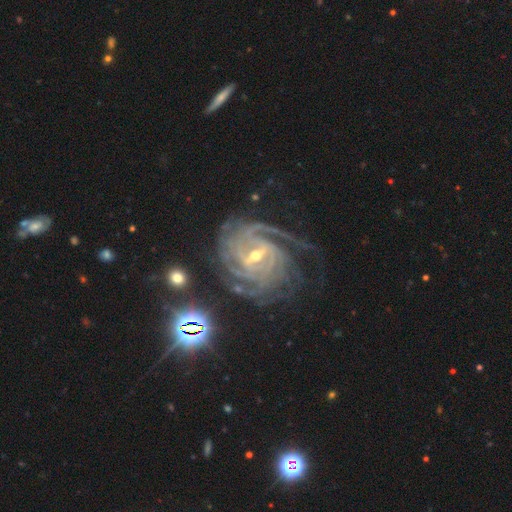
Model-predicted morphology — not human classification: type=featured or disk (91%); edge-on=no (97%); bar=strong (44%, tied with weak); spiral arms=yes (99%); winding=tight (74%); arm count=4 (29%); bulge=small (57%); merging=none (68%).